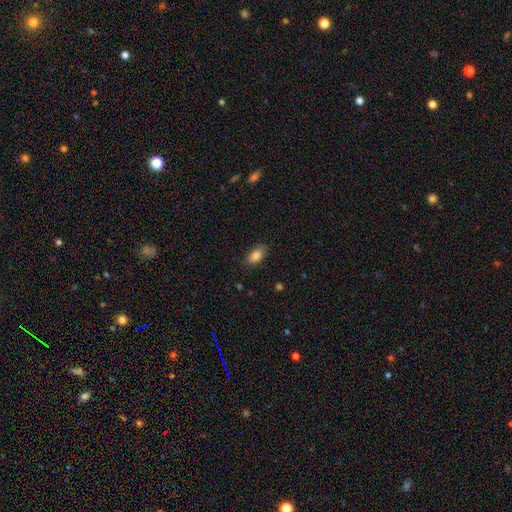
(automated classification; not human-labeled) smooth-or-featured: smooth: 86% | star or artifact: 8% | featured or disk: 6%
  how-rounded: in between: 91% | round: 6% | cigar-shaped: 4%
  merging: none: 82% | minor disturbance: 13% | major disturbance: 3% | merger: 1%